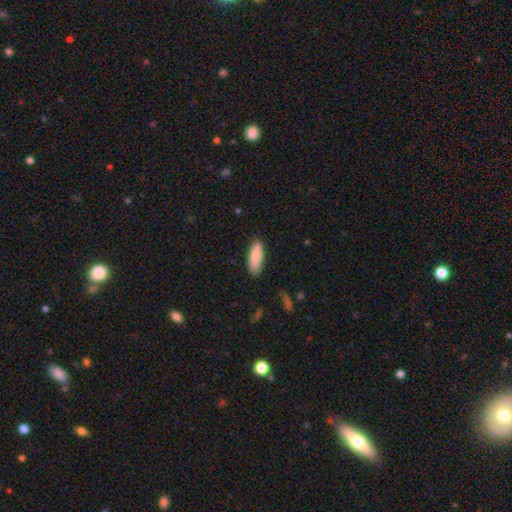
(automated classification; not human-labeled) A smooth galaxy with no disk features (84%) that is in between round and cigar-shaped (63%).

Vote fractions:
- Smooth or featured? smooth: 84% / featured or disk: 10% / star or artifact: 6%
- How rounded? in between: 63% / cigar-shaped: 35% / round: 2%
- Merging? none: 83% / minor disturbance: 14% / major disturbance: 2% / merger: 1%